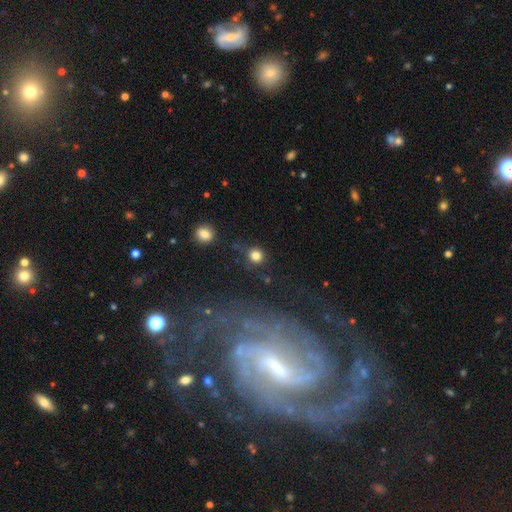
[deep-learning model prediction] Smooth or featured: smooth — 82% (star or artifact — 12%)
How rounded: round — 89% (in between — 9%)
Merging: none — 75% (minor disturbance — 14%)